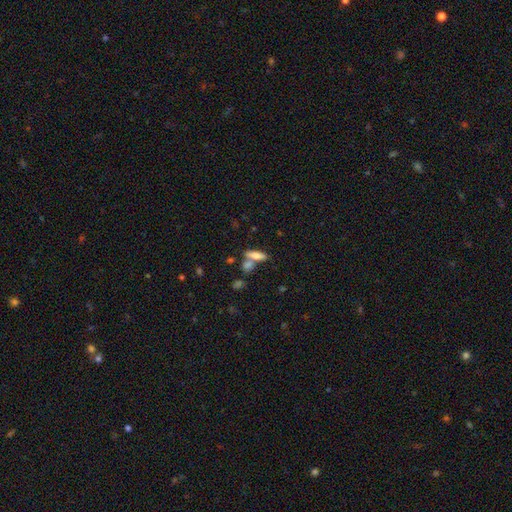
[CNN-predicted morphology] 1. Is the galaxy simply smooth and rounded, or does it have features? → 66% smooth, 25% featured or disk, 9% star or artifact.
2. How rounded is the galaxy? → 50% cigar-shaped, 46% in between, 4% round.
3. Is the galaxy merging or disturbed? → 51% none, 33% merger, 11% minor disturbance, 5% major disturbance.